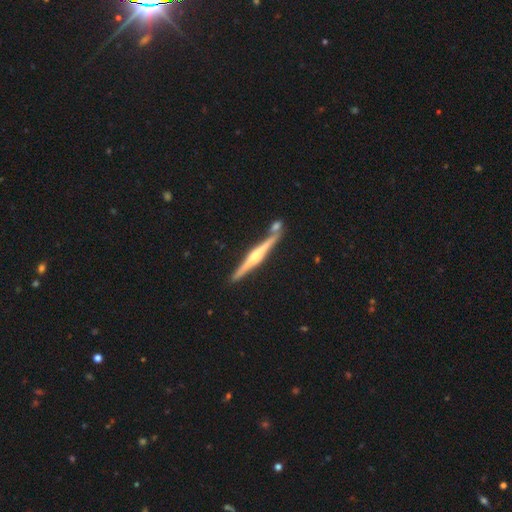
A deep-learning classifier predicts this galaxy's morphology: Smooth or featured?
  - featured or disk: 83% *
  - smooth: 12%
  - star or artifact: 5%
Edge-on disk?
  - yes: 98% *
  - no: 2%
Edge-on bulge?
  - rounded: 84% *
  - none: 8%
  - boxy: 8%
Merging?
  - none: 81% *
  - minor disturbance: 9%
  - merger: 8%
  - major disturbance: 2%